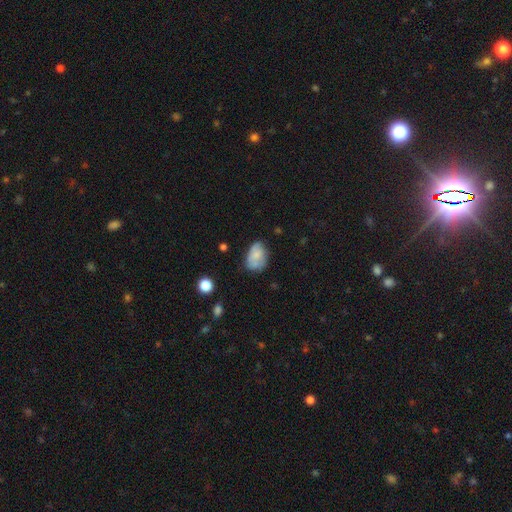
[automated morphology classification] Q: Smooth or featured?
A: smooth (67%); runner-up: featured or disk (24%)
Q: How rounded?
A: in between (82%); runner-up: round (17%)
Q: Merging?
A: none (50%); runner-up: minor disturbance (34%)